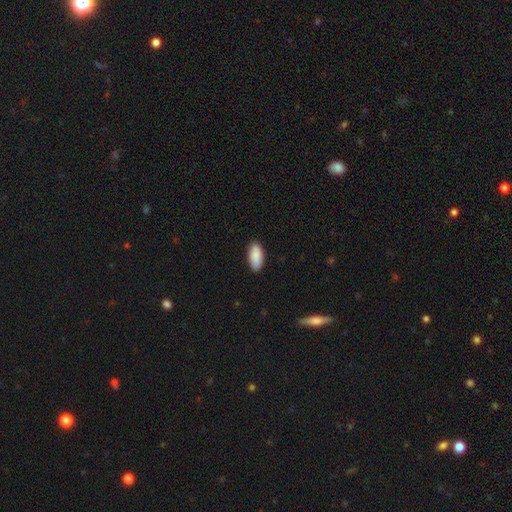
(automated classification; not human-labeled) A smooth galaxy with no disk features (90%) that is in between round and cigar-shaped (90%).

Vote fractions:
- Smooth or featured? smooth: 90% / star or artifact: 6% / featured or disk: 4%
- How rounded? in between: 90% / cigar-shaped: 8% / round: 2%
- Merging? none: 88% / minor disturbance: 10% / major disturbance: 2% / merger: 1%